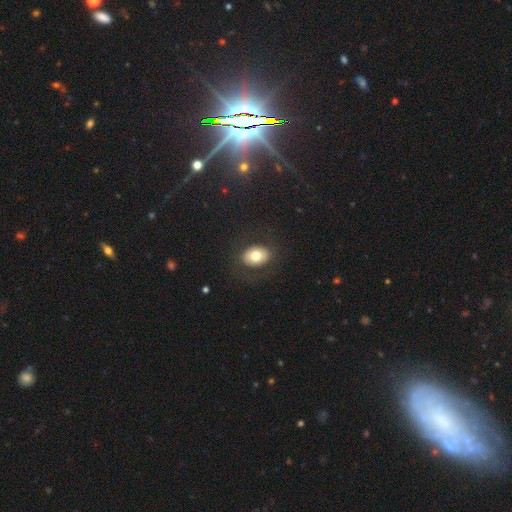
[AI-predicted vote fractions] Smooth or featured?
  - smooth: 72% *
  - featured or disk: 19%
  - star or artifact: 9%
How rounded?
  - in between: 70% *
  - round: 29%
  - cigar-shaped: 1%
Merging?
  - none: 82% *
  - minor disturbance: 10%
  - major disturbance: 6%
  - merger: 1%